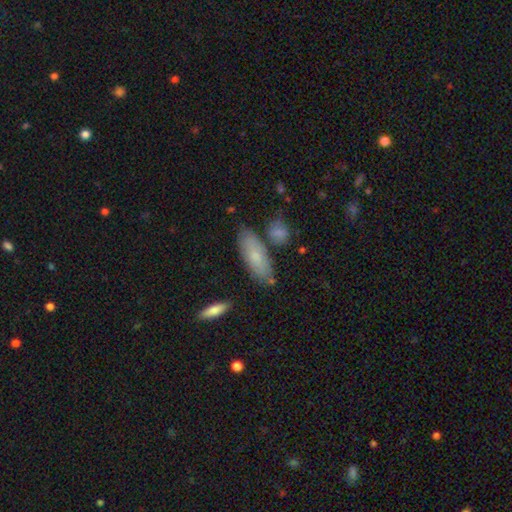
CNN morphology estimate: type=smooth (70%); roundness=in between (70%); merging=none (73%).